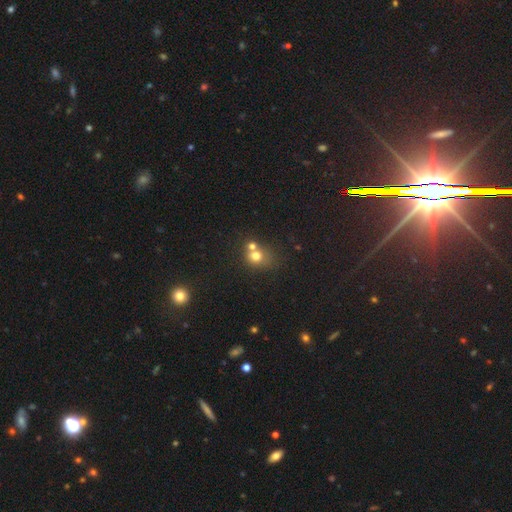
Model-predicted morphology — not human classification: smooth-or-featured: smooth: 71% | star or artifact: 15% | featured or disk: 14%
  how-rounded: round: 75% | in between: 24% | cigar-shaped: 1%
  merging: merger: 46% | none: 41% | minor disturbance: 9% | major disturbance: 5%